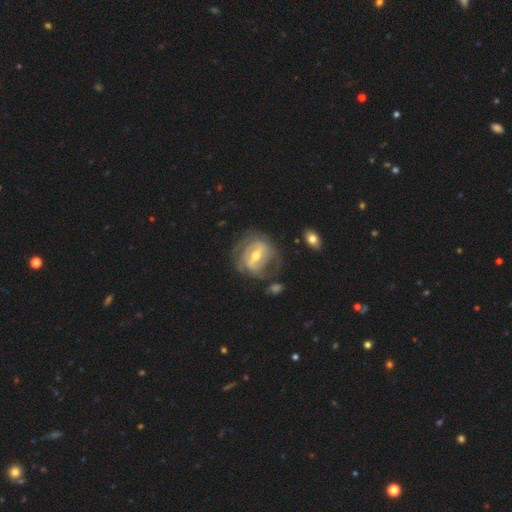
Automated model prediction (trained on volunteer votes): This is clearly a featured or disk galaxy (80%). It is clearly not viewed edge-on (95%). Bar: possibly strong (50%). Spiral arm pattern: likely yes (77%). Spiral arm count: possibly 2 (48%). Spiral winding: possibly tight (52%). Central bulge: likely moderate (68%). Merging: possibly none (58%).